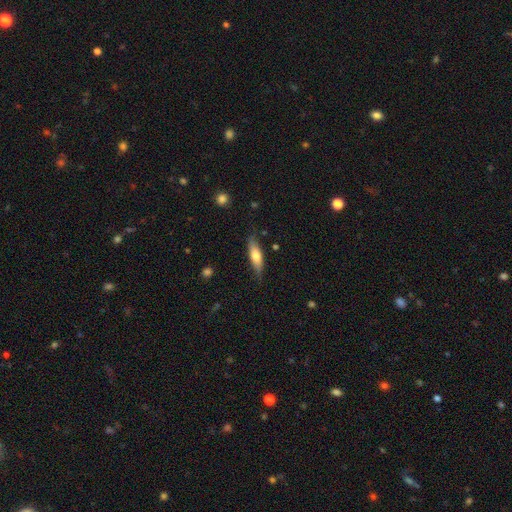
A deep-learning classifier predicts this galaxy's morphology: A smooth galaxy with no disk features (61%) that is cigar-shaped (60%).

Vote fractions:
- Smooth or featured? smooth: 61% / featured or disk: 33% / star or artifact: 6%
- How rounded? cigar-shaped: 60% / in between: 38% / round: 2%
- Merging? none: 79% / minor disturbance: 16% / major disturbance: 3% / merger: 2%